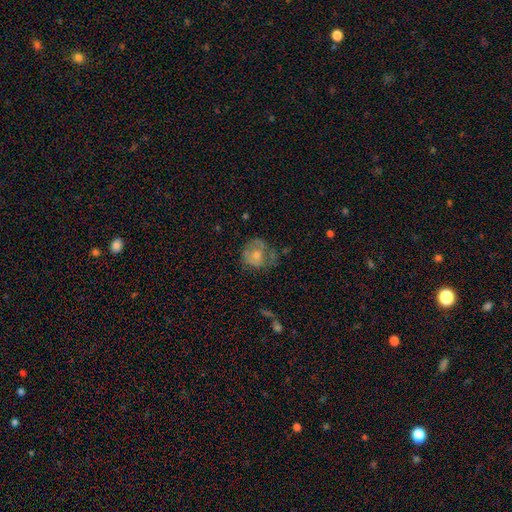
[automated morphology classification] smooth 55%, featured or disk 36%, star or artifact 9%. Down the decision tree: how rounded — round (75%); merging — none (46%).